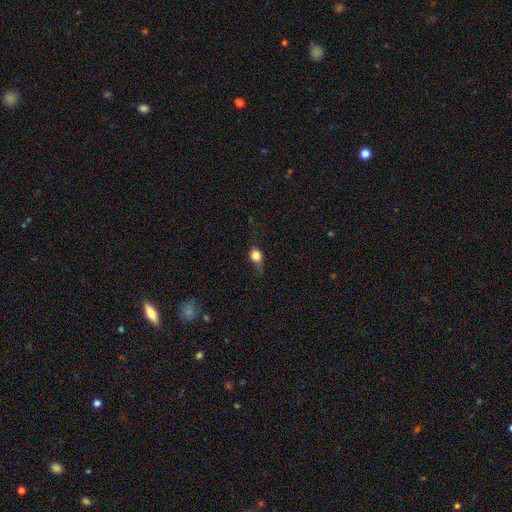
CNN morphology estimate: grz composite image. It shows a smooth galaxy with no disk features (76%) that is round (70%). Merging: none (45%).